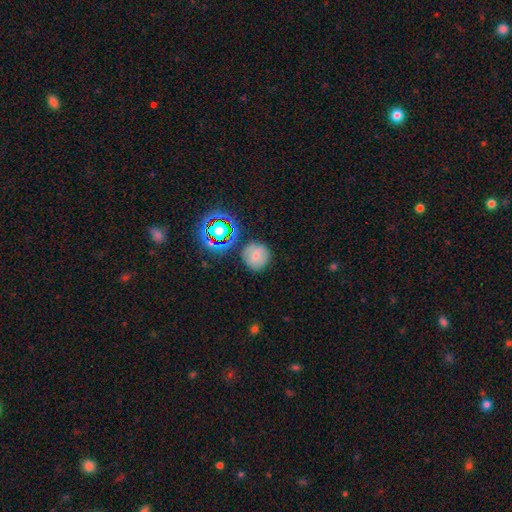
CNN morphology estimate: A smooth galaxy with no disk features (64%) that is round (92%). Merging: none (77%).